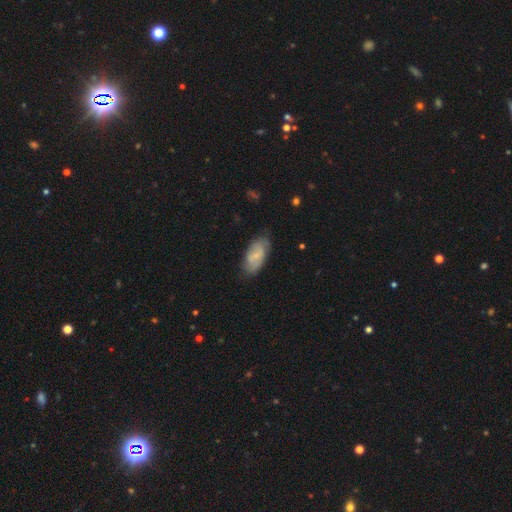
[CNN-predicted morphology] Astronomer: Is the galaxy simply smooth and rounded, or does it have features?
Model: smooth — 48% (runner-up: featured or disk, 45%).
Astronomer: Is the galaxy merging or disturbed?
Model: none — 69%.